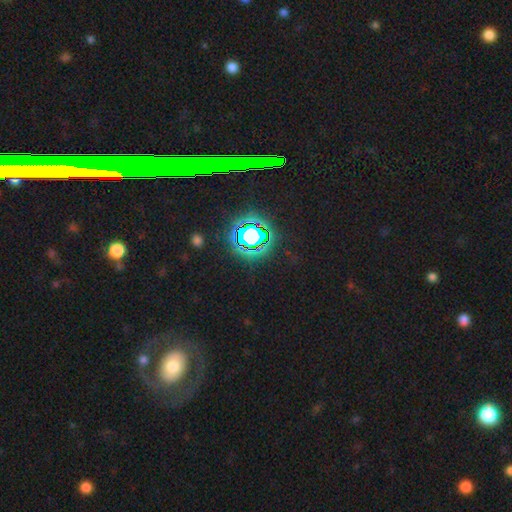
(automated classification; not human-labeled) Morphology: type=star or artifact (70%).